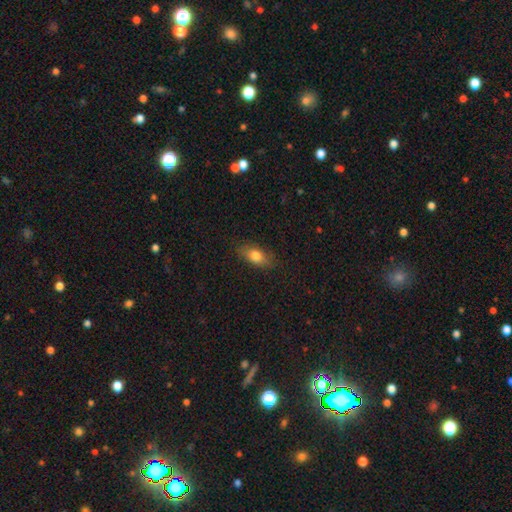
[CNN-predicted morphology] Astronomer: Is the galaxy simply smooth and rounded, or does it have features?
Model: smooth — 79%.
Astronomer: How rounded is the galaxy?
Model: in between — 83%.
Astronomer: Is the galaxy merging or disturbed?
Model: none — 82%.